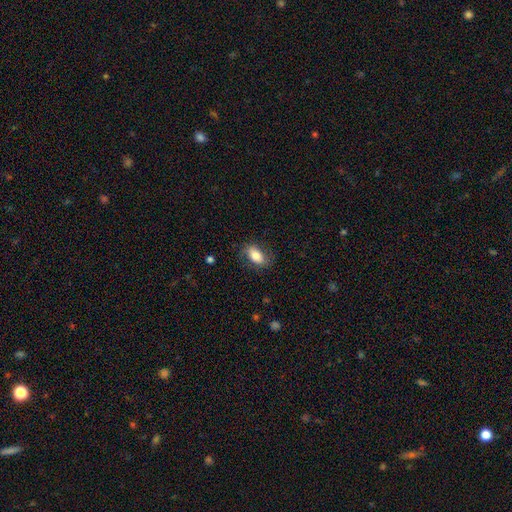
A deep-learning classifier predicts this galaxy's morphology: Overall: smooth (74%). How rounded: in between (89%). Merging: none (76%).